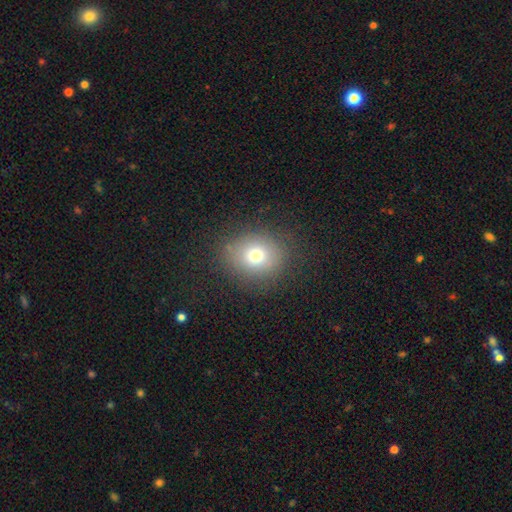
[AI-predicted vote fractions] Smooth or featured: smooth — 73% (star or artifact — 15%)
How rounded: round — 72% (in between — 28%)
Merging: none — 83% (minor disturbance — 11%)